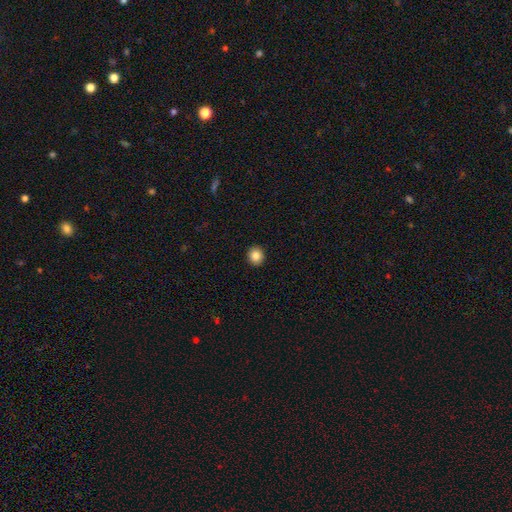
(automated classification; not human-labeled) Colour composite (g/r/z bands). It shows a smooth galaxy with no disk features (85%) that is round (86%). Merging: none (93%).